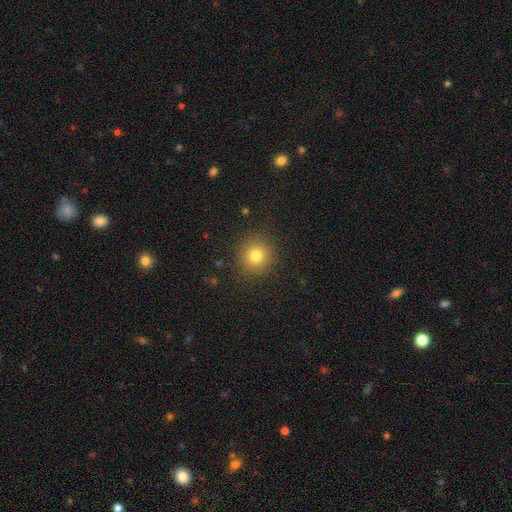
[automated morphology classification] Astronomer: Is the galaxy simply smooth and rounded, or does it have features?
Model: smooth — 79%.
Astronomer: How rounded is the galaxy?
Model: round — 92%.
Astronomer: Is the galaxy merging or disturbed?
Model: none — 90%.